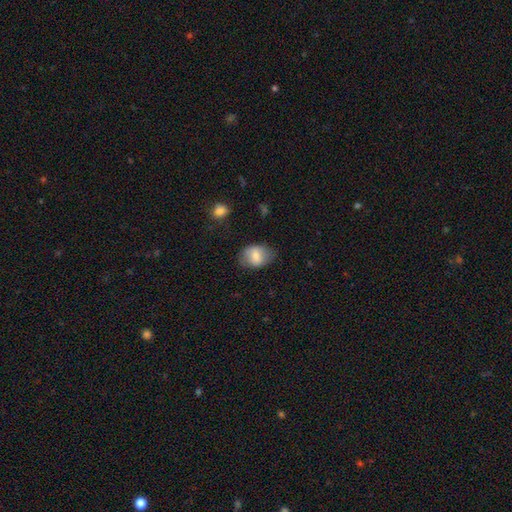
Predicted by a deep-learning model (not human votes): The model was most divided on "how rounded": in between: 71%, round: 28%, cigar-shaped: 1%. More confident: smooth or featured — smooth (73%); merging — none (71%).